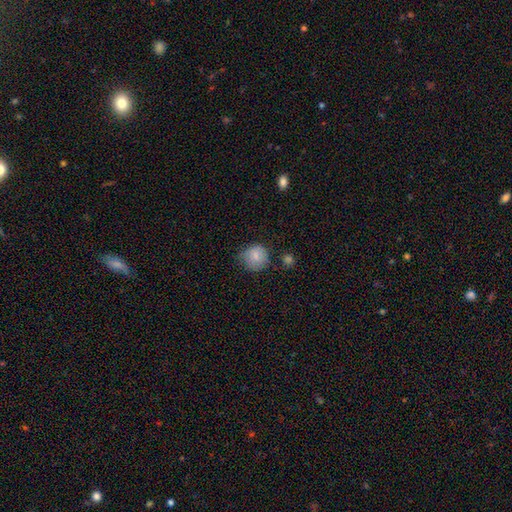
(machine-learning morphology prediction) Overall: smooth (83%). How rounded: round (88%). Merging: none (67%).